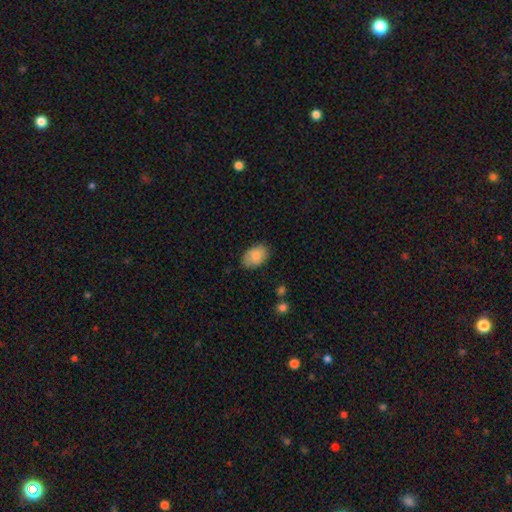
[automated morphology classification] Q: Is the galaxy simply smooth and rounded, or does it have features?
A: smooth — 83%.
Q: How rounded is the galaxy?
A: in between — 87%.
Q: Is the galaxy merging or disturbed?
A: none — 80%.